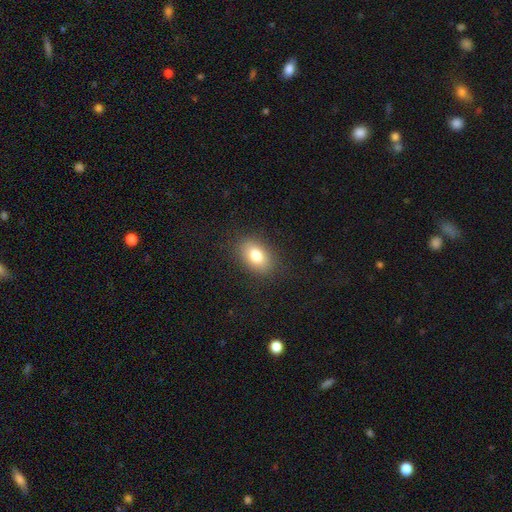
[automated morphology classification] A smooth galaxy with no disk features (79%) that is in between round and cigar-shaped (84%). Merging: none (86%).